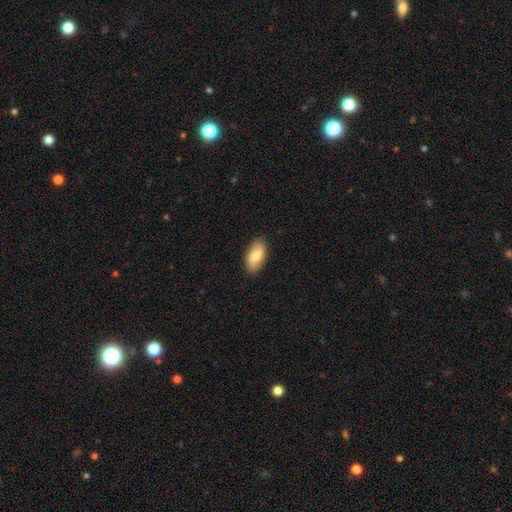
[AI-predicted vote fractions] Overall: smooth (75%). How rounded: in between (93%). Merging: none (88%).